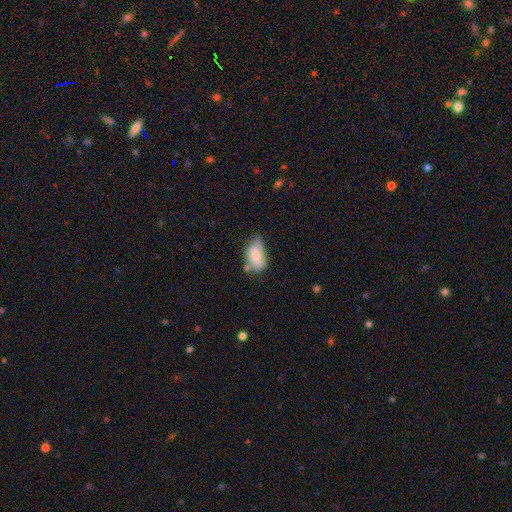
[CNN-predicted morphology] A smooth galaxy with no disk features (54%) that is in between round and cigar-shaped (90%).

Vote fractions:
- Smooth or featured? smooth: 54% / featured or disk: 38% / star or artifact: 8%
- How rounded? in between: 90% / round: 8% / cigar-shaped: 2%
- Merging? minor disturbance: 39% (tied) / none: 39% (tied) / major disturbance: 14% / merger: 8%